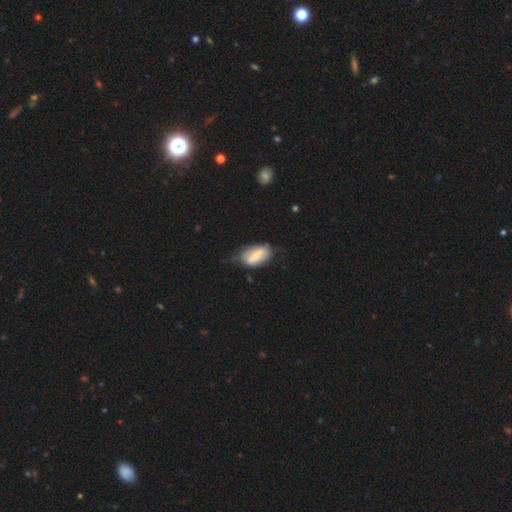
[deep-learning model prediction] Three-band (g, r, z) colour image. It shows a smooth galaxy with no disk features (64%) that is in between round and cigar-shaped (91%). Merging: none (44%).